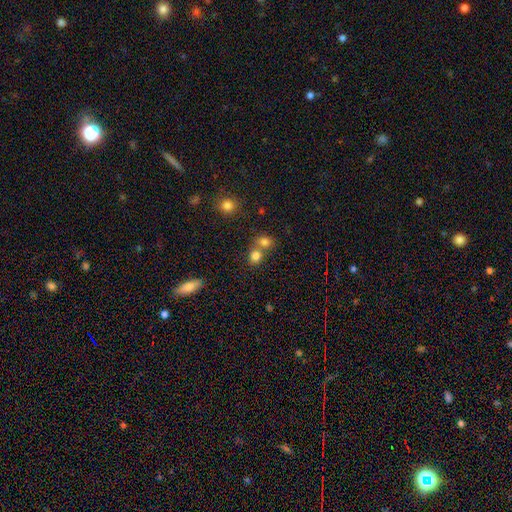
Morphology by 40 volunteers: smooth_or_featured: smooth (p=0.85) [alt: featured or disk p=0.10]
how_rounded: round (p=0.79) [alt: in between p=0.21]
merging: none (p=0.63) [alt: merger p=0.37]